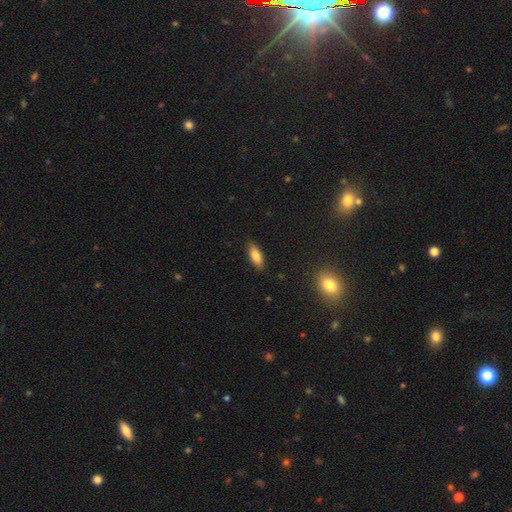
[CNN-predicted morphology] type=smooth (80%); roundness=in between (72%); merging=none (86%).